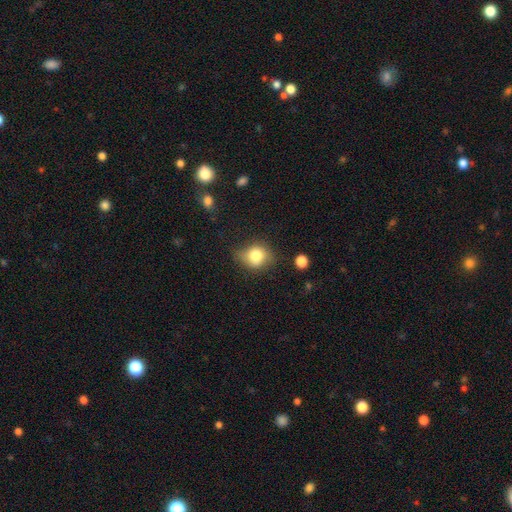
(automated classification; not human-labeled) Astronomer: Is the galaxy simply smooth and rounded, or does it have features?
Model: smooth — 78%.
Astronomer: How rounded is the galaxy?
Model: round — 62% (runner-up: in between, 37%).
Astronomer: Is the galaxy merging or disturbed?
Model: none — 61%.